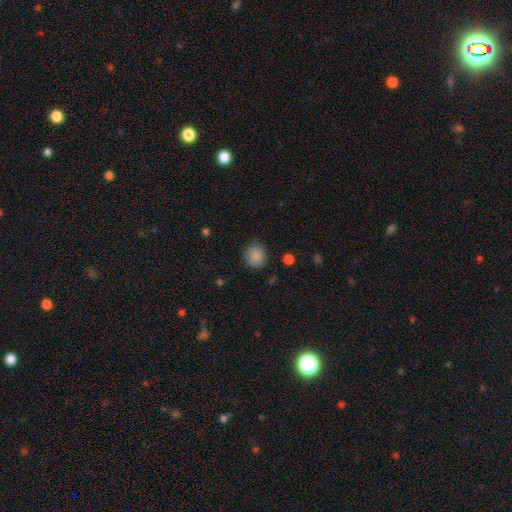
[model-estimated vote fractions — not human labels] A smooth galaxy with no disk features (87%) that is round (80%).

Vote fractions:
- Smooth or featured? smooth: 87% / star or artifact: 9% / featured or disk: 5%
- How rounded? round: 80% / in between: 19% / cigar-shaped: 1%
- Merging? none: 79% / minor disturbance: 16% / major disturbance: 4% / merger: 1%